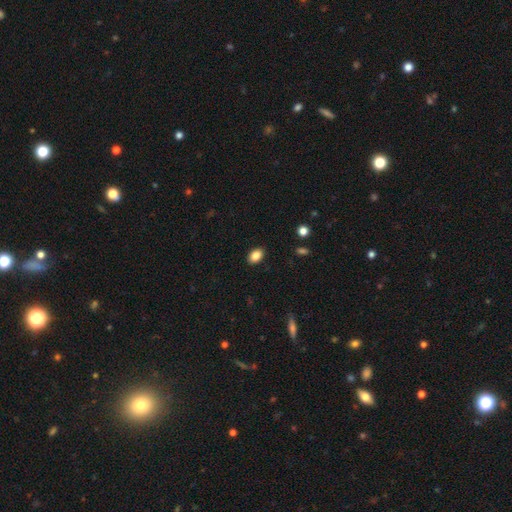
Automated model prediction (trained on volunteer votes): smooth 86%, star or artifact 9%, featured or disk 6%. Down the decision tree: how rounded — in between (82%); merging — none (89%).